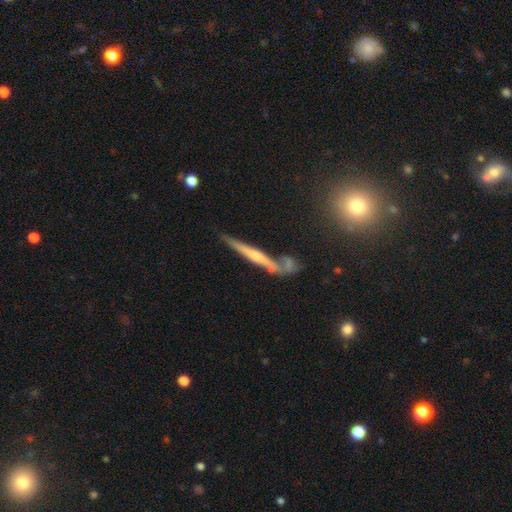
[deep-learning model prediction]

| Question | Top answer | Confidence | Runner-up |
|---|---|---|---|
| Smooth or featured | featured or disk | 64% | smooth (27%) |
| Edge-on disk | yes | 93% | no (7%) |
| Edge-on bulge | rounded | 56% | none (29%) |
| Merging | none | 60% | minor disturbance (17%) |